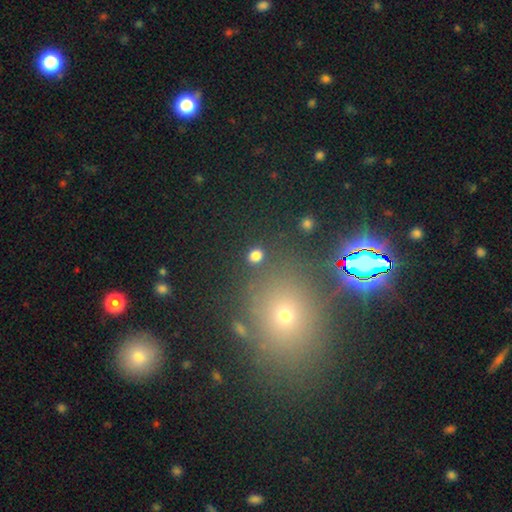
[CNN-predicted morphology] smooth-or-featured: smooth: 80% | star or artifact: 15% | featured or disk: 4%
  how-rounded: round: 71% | in between: 28% | cigar-shaped: 1%
  merging: none: 88% | minor disturbance: 6% | merger: 3% | major disturbance: 3%